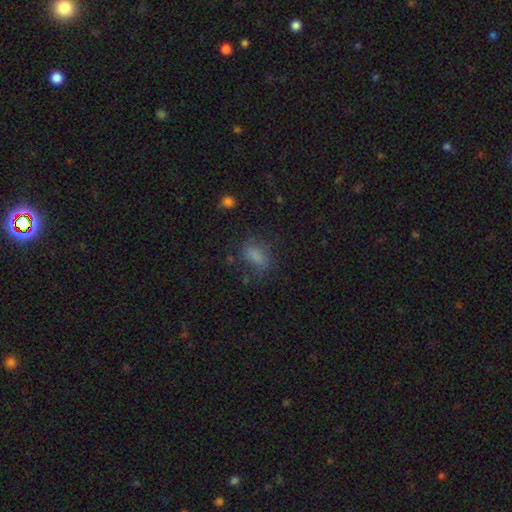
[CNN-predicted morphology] This appears to be a smooth galaxy with no disk features (78%) that is in between round and cigar-shaped (80%). Merging: none (68%).